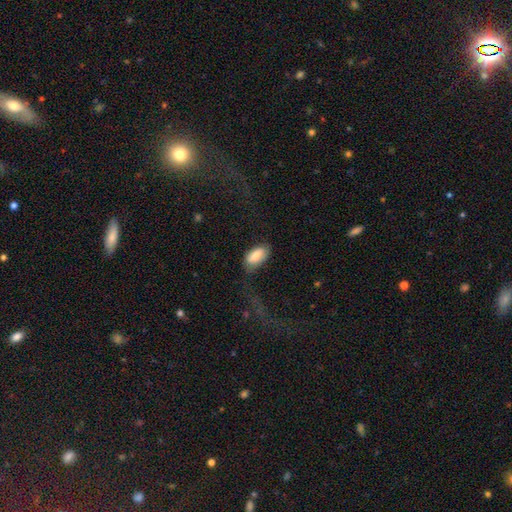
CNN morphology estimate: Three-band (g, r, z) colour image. It shows a smooth galaxy with no disk features (78%) that is in between round and cigar-shaped (92%). Merging: none (56%).